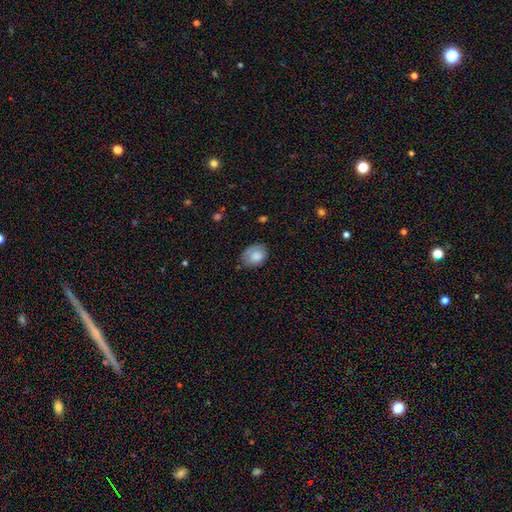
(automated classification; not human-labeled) smooth 77%, featured or disk 15%, star or artifact 7%. Down the decision tree: how rounded — in between (69%); merging — none (60%).